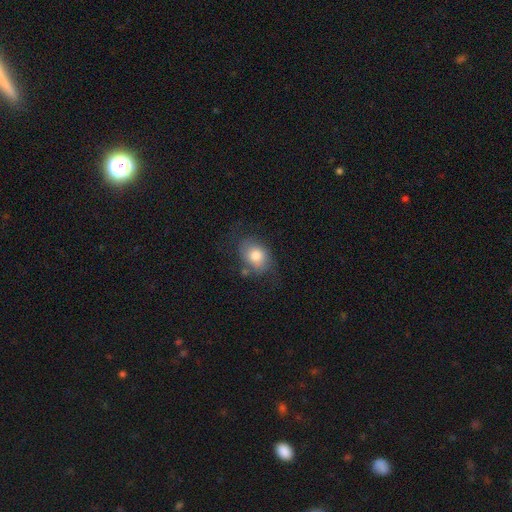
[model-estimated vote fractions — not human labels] The model was most divided on "how rounded": in between: 65%, round: 34%, cigar-shaped: 1%. More confident: smooth or featured — smooth (73%); merging — none (58%).